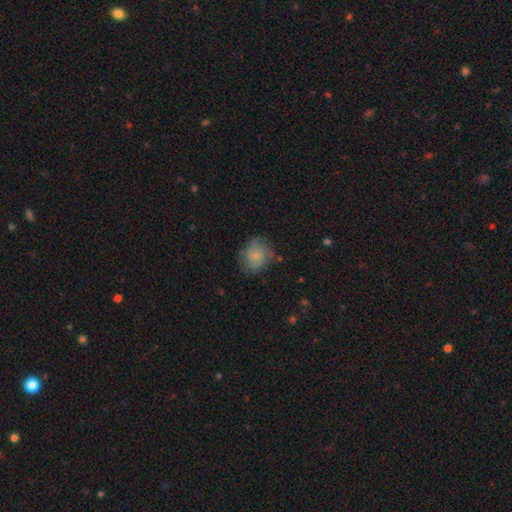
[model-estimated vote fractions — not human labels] A smooth galaxy with no disk features (70%) that is round (68%).

Vote fractions:
- Smooth or featured? smooth: 70% / featured or disk: 22% / star or artifact: 9%
- How rounded? round: 68% / in between: 31% / cigar-shaped: 1%
- Merging? none: 65% / minor disturbance: 24% / major disturbance: 9% / merger: 2%